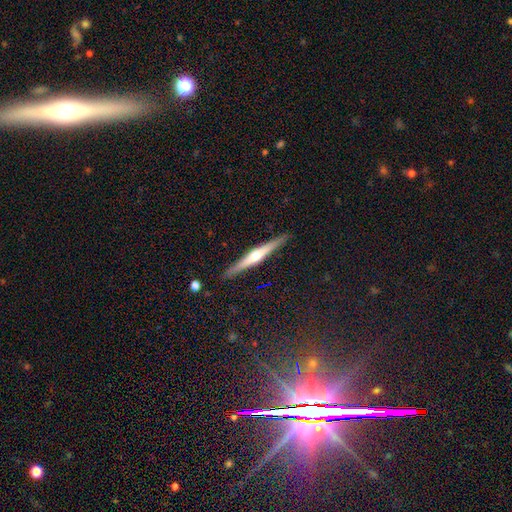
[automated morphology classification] smooth-or-featured: featured or disk: 73% | smooth: 21% | star or artifact: 5%
  disk-edge-on: yes: 98% | no: 2%
    edge-on-bulge: rounded: 86% | none: 7% | boxy: 7%
  merging: none: 91% | minor disturbance: 6% | major disturbance: 1% | merger: 1%